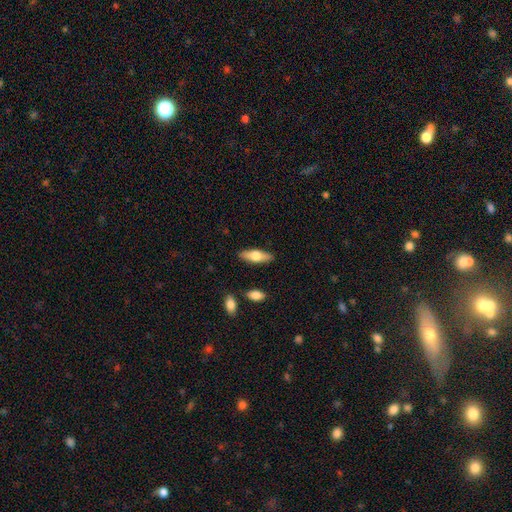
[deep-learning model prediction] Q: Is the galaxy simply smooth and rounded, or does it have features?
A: smooth — 57%.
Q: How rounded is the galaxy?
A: in between — 53%.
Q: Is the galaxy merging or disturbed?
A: none — 87%.